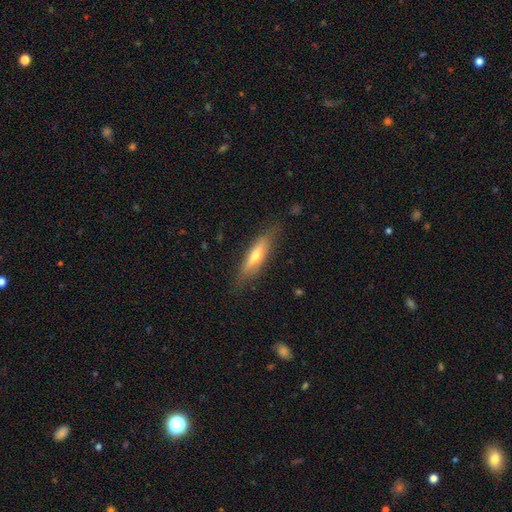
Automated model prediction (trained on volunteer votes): Smooth or featured: featured or disk — 48% (smooth — 45%)
Merging: none — 81% (minor disturbance — 14%)